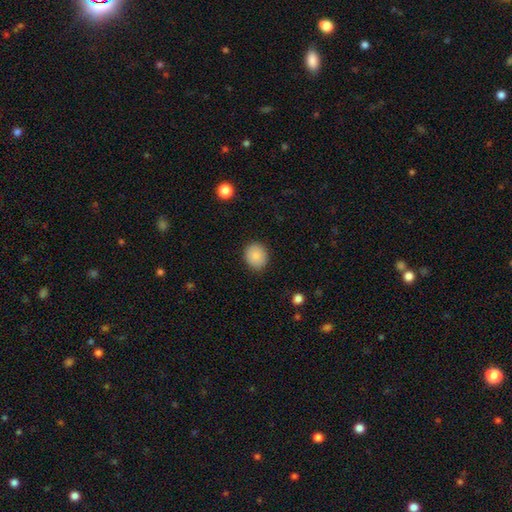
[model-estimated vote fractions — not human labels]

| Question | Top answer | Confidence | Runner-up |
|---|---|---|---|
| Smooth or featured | smooth | 85% | star or artifact (8%) |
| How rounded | round | 77% | in between (22%) |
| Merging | none | 87% | minor disturbance (9%) |